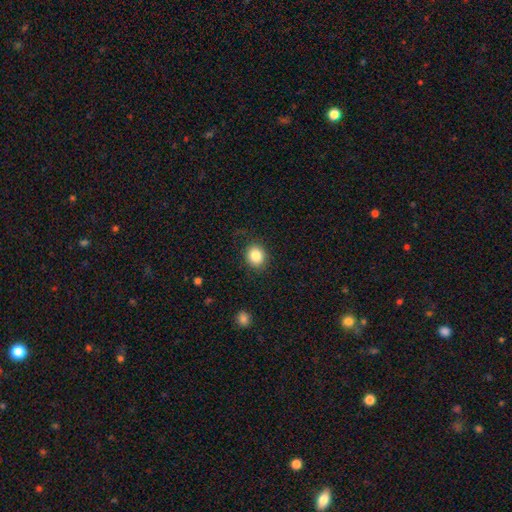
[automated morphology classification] Q: Smooth or featured?
A: smooth (85%); runner-up: star or artifact (10%)
Q: How rounded?
A: round (71%); runner-up: in between (28%)
Q: Merging?
A: none (87%); runner-up: minor disturbance (9%)